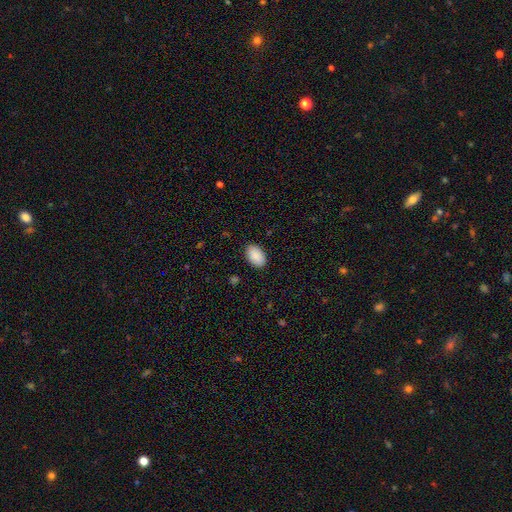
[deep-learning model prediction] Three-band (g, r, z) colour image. It shows a smooth galaxy with no disk features (91%) that is in between round and cigar-shaped (93%). Merging: none (88%).